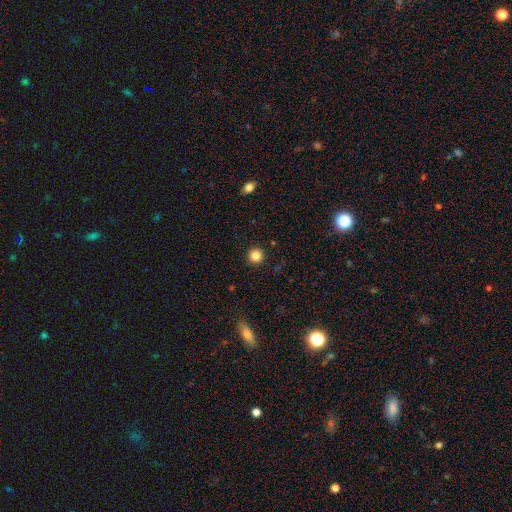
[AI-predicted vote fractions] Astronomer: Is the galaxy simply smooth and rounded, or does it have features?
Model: smooth — 84%.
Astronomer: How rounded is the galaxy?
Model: round — 95%.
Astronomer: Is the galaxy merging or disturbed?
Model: none — 92%.